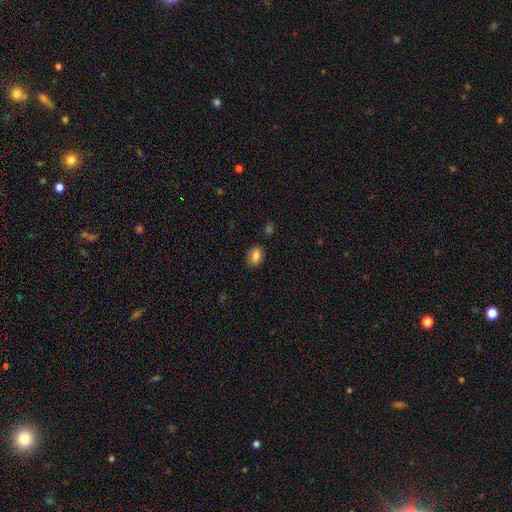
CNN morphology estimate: A smooth galaxy with no disk features (83%) that is in between round and cigar-shaped (68%).

Vote fractions:
- Smooth or featured? smooth: 83% / star or artifact: 9% / featured or disk: 8%
- How rounded? in between: 68% / round: 31% / cigar-shaped: 1%
- Merging? none: 82% / minor disturbance: 13% / major disturbance: 3% / merger: 2%